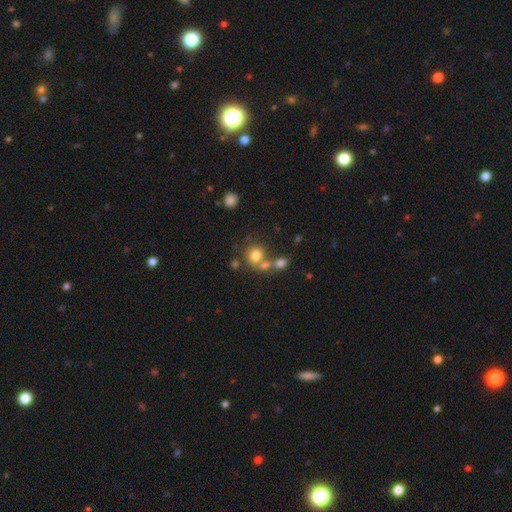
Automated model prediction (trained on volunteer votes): Smooth or featured? smooth (75%)
How rounded? round (75%)
Merging? none (47%)